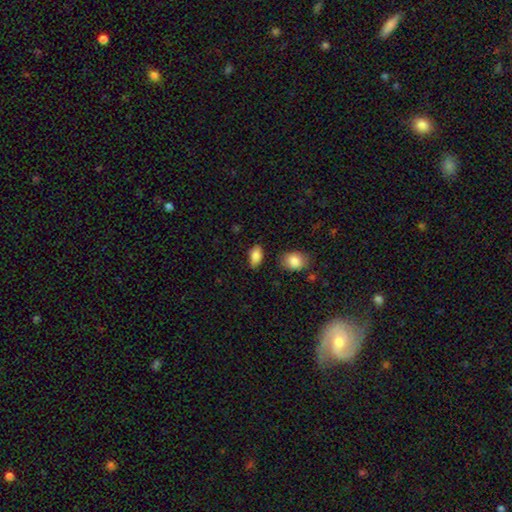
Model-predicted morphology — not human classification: type=smooth (86%); roundness=in between (91%); merging=none (78%).